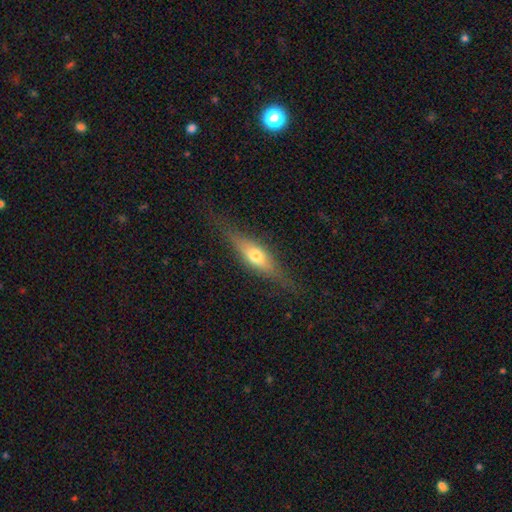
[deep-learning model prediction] A featured or disk galaxy (47%).

Vote fractions:
- Smooth or featured? featured or disk: 47% / smooth: 45% / star or artifact: 8%
- Merging? none: 79% / minor disturbance: 15% / major disturbance: 5% / merger: 1%